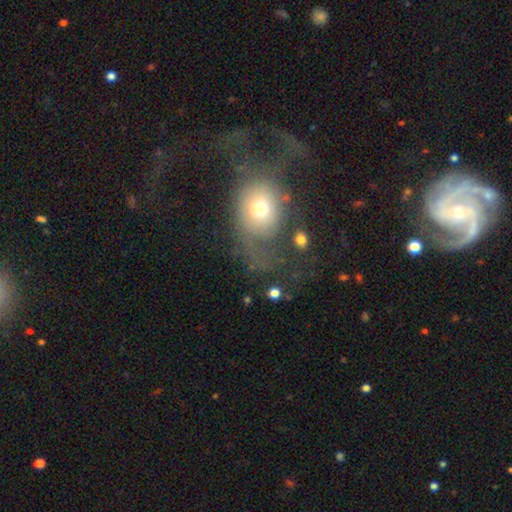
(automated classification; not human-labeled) featured or disk 48%, smooth 37%, star or artifact 14%. Down the decision tree: merging — major disturbance (55%).